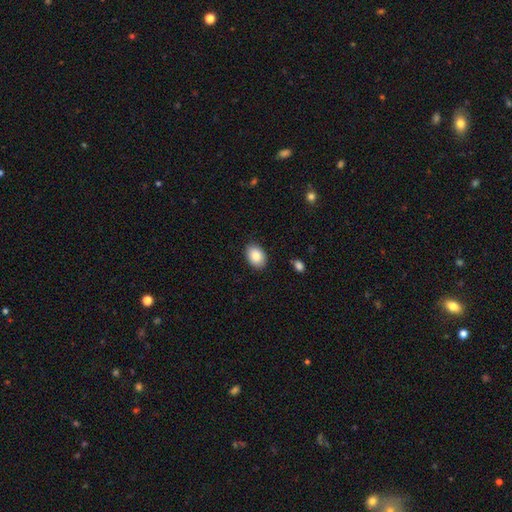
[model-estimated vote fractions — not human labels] smooth_or_featured: smooth (p=0.86) [alt: featured or disk p=0.07]
how_rounded: in between (p=0.81) [alt: round p=0.18]
merging: none (p=0.88) [alt: minor disturbance p=0.09]